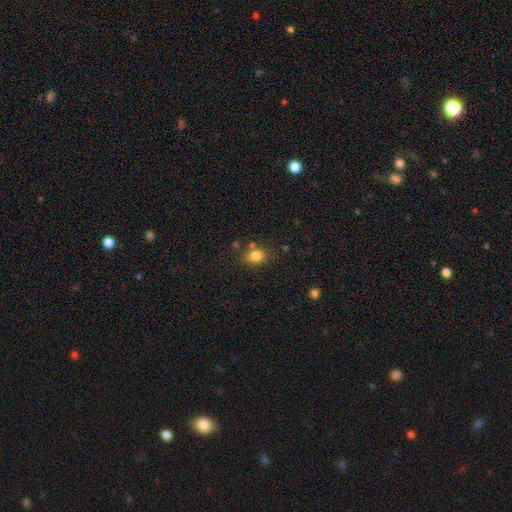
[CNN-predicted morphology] smooth_or_featured: smooth (p=0.81) [alt: star or artifact p=0.12]
how_rounded: round (p=0.51) [alt: in between p=0.48]
merging: none (p=0.70) [alt: minor disturbance p=0.15]